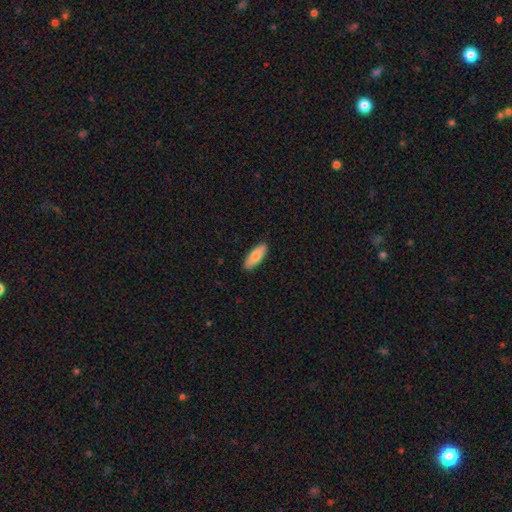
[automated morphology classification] smooth_or_featured: smooth (p=0.79) [alt: featured or disk p=0.16]
how_rounded: in between (p=0.67) [alt: cigar-shaped p=0.31]
merging: none (p=0.89) [alt: minor disturbance p=0.09]